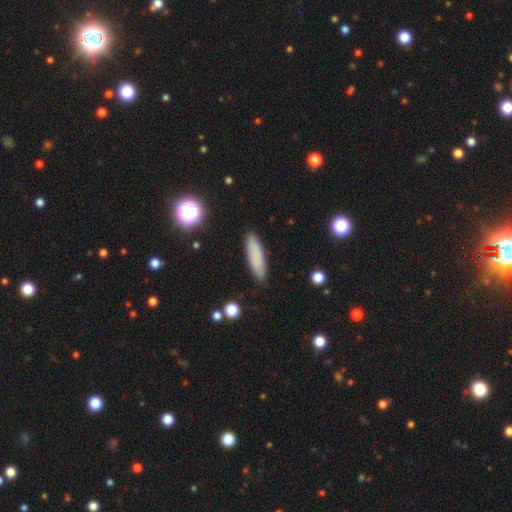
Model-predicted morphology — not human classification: A smooth galaxy with no disk features (82%) that is cigar-shaped (69%). Merging: none (89%).